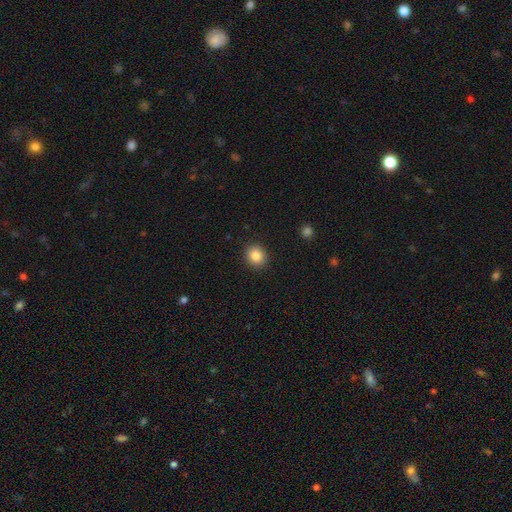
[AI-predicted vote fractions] smooth_or_featured: smooth (p=0.85) [alt: star or artifact p=0.09]
how_rounded: round (p=0.74) [alt: in between p=0.25]
merging: none (p=0.90) [alt: minor disturbance p=0.07]